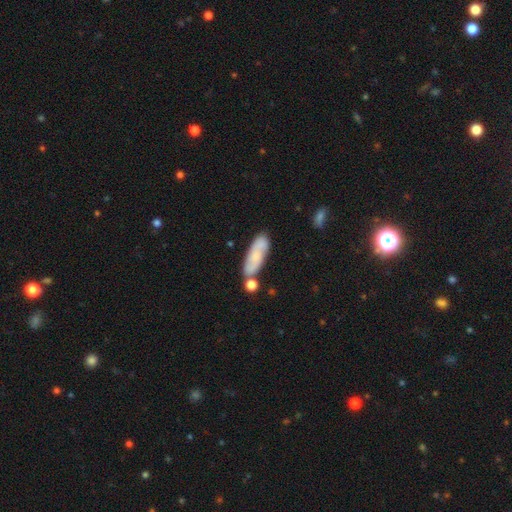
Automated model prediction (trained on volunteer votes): Q: Smooth or featured?
A: smooth (55%); runner-up: featured or disk (38%)
Q: How rounded?
A: in between (53%); runner-up: cigar-shaped (44%)
Q: Merging?
A: none (67%); runner-up: merger (15%)